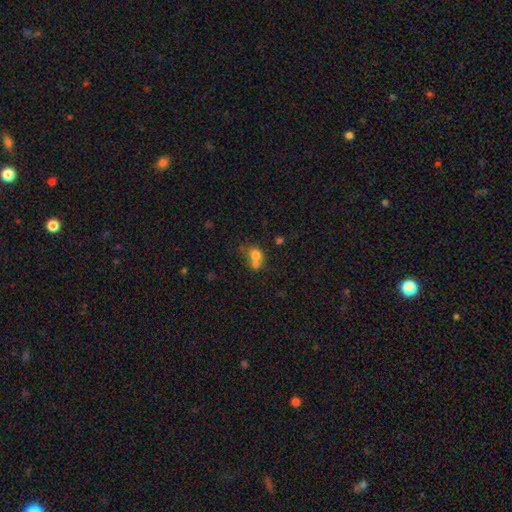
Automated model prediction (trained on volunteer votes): Overall: smooth (73%). How rounded: round (66%; in between 33%). Merging: merger (58%; none 30%).